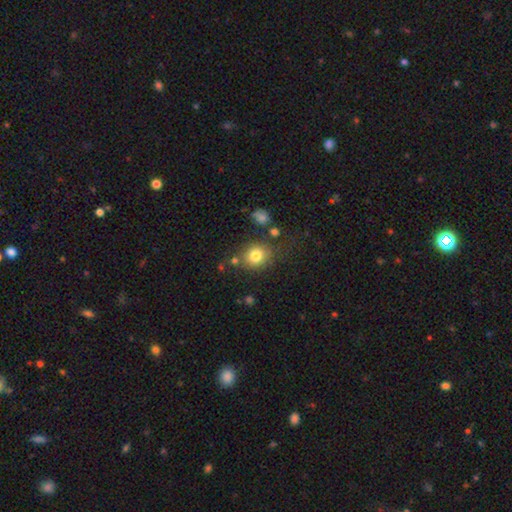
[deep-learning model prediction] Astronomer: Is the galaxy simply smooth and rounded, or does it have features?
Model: smooth — 80%.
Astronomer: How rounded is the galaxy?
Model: round — 78%.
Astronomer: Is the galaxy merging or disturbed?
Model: none — 73%.